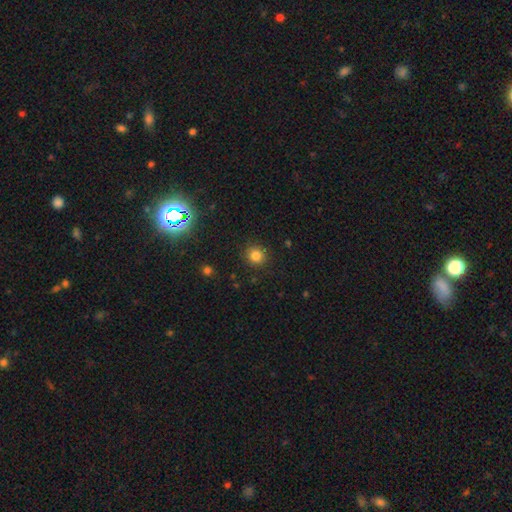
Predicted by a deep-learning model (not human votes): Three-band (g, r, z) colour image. It shows a smooth galaxy with no disk features (81%) that is round (90%). Merging: none (90%).